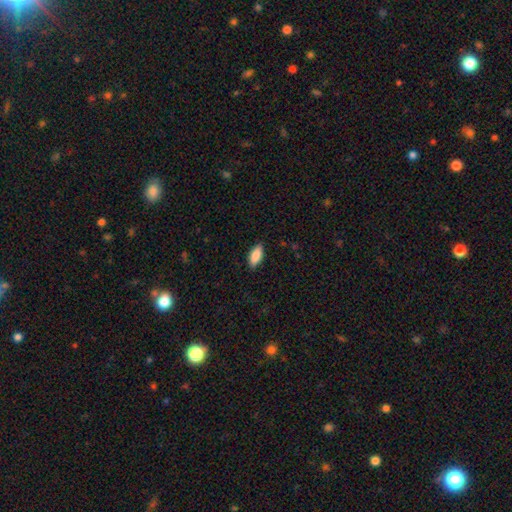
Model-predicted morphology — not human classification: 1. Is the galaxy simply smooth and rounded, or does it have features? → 87% smooth, 7% featured or disk, 6% star or artifact.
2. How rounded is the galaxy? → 84% in between, 14% cigar-shaped, 2% round.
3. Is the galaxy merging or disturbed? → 87% none, 10% minor disturbance, 2% major disturbance, 1% merger.